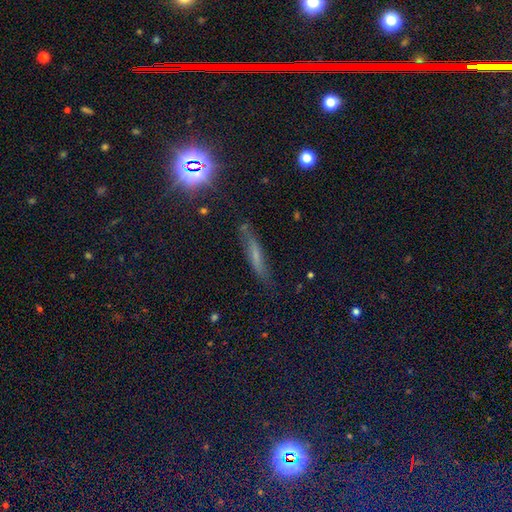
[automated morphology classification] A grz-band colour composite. It shows a smooth galaxy with no disk features (43%). Merging: none (73%).